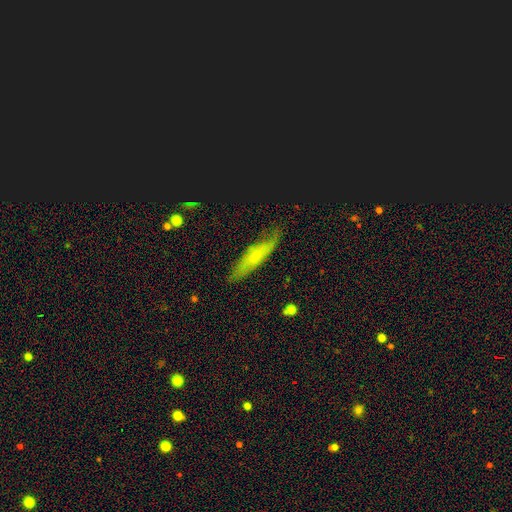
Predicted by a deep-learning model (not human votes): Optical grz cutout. It shows a smooth galaxy with no disk features (55%) that is cigar-shaped (72%). Merging: none (72%).